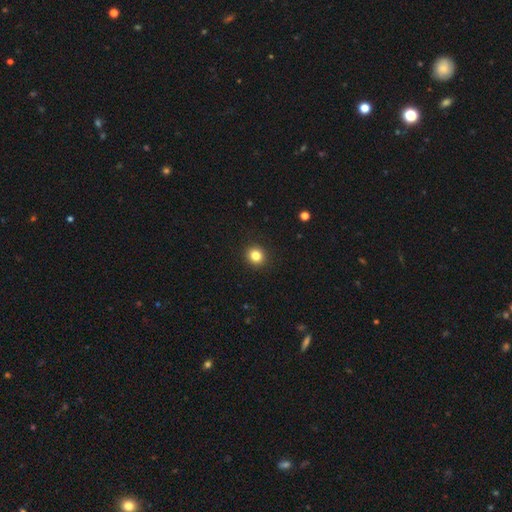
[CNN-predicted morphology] smooth_or_featured: smooth (p=0.83) [alt: star or artifact p=0.12]
how_rounded: round (p=0.89) [alt: in between p=0.10]
merging: none (p=0.93) [alt: minor disturbance p=0.05]